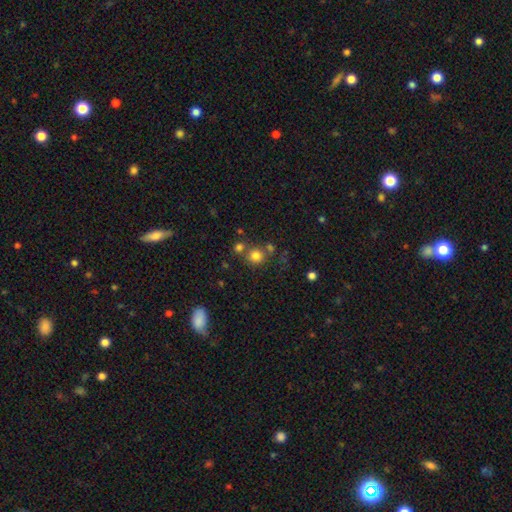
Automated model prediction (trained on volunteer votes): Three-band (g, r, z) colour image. It shows a smooth galaxy with no disk features (78%) that is round (89%). Merging: none (67%).